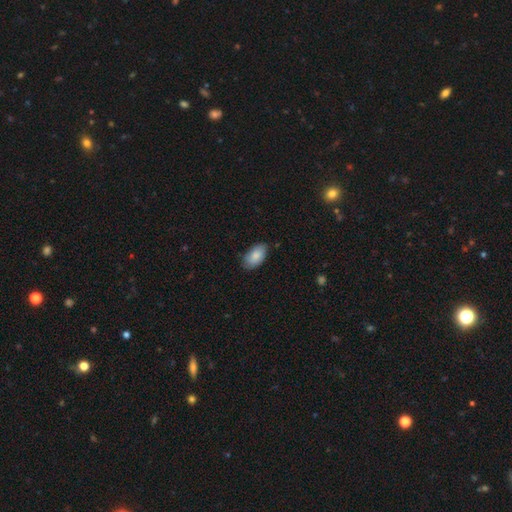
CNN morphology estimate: The model was most divided on "merging": none: 78%, minor disturbance: 18%, major disturbance: 3%, merger: 1%. More confident: how rounded — in between (95%); smooth or featured — smooth (86%).